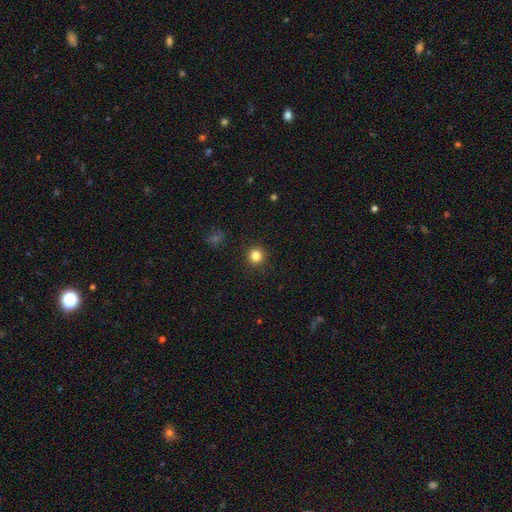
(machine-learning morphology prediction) This is clearly a smooth galaxy (83%). How rounded: clearly round (95%). Merging: clearly none (92%).